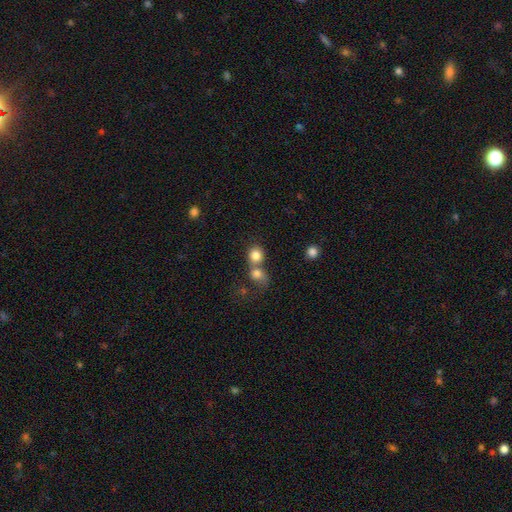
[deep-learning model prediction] Overall: smooth (82%). How rounded: round (81%). Merging: merger (51%; none 39%).